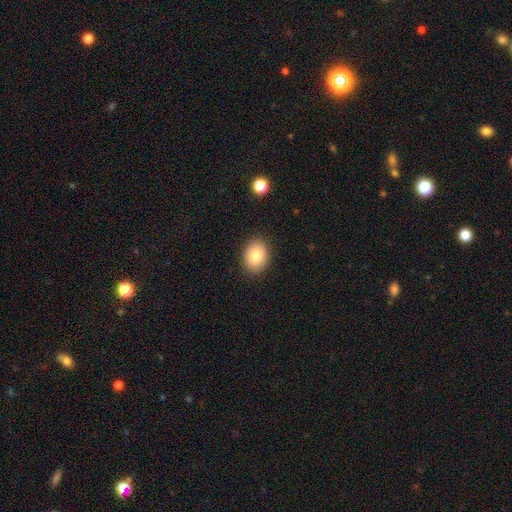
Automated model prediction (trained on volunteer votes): Q: Smooth or featured?
A: smooth (82%); runner-up: featured or disk (10%)
Q: How rounded?
A: in between (64%); runner-up: round (35%)
Q: Merging?
A: none (88%); runner-up: minor disturbance (8%)